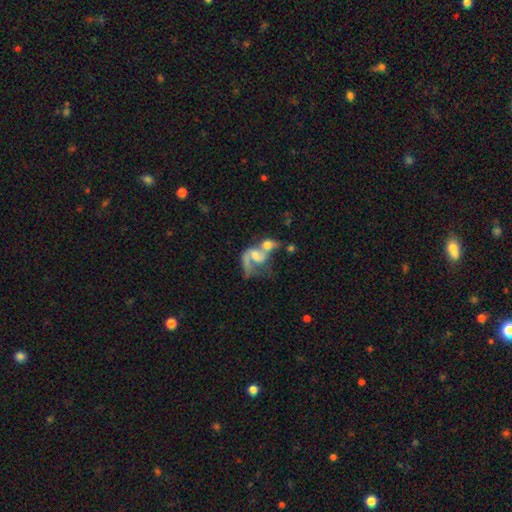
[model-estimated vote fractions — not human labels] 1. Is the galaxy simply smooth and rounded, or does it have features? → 65% featured or disk, 27% smooth, 9% star or artifact.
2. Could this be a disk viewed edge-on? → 97% no, 3% yes.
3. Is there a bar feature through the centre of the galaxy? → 56% no, 34% weak, 10% strong.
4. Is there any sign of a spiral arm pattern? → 77% yes, 23% no.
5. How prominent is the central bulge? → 43% moderate, 24% small, 16% none, 14% large, 2% dominant.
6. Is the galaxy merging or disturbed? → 63% merger, 18% major disturbance, 12% none, 7% minor disturbance.